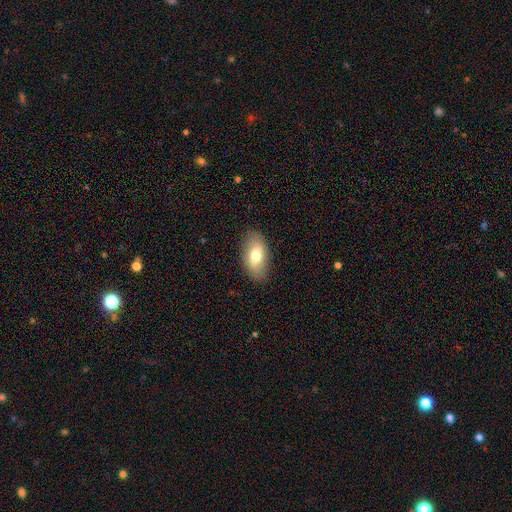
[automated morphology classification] The model was most divided on "smooth or featured": smooth: 72%, featured or disk: 21%, star or artifact: 7%. More confident: how rounded — in between (92%); merging — none (86%).